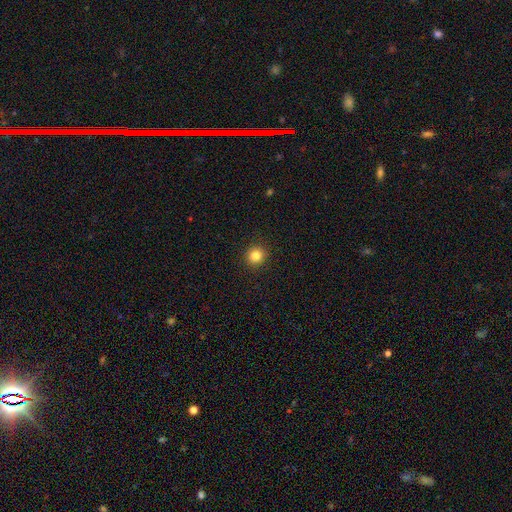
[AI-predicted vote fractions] A smooth galaxy with no disk features (83%) that is round (93%).

Vote fractions:
- Smooth or featured? smooth: 83% / star or artifact: 12% / featured or disk: 5%
- How rounded? round: 93% / in between: 6% / cigar-shaped: 1%
- Merging? none: 93% / minor disturbance: 5% / major disturbance: 2% / merger: 1%